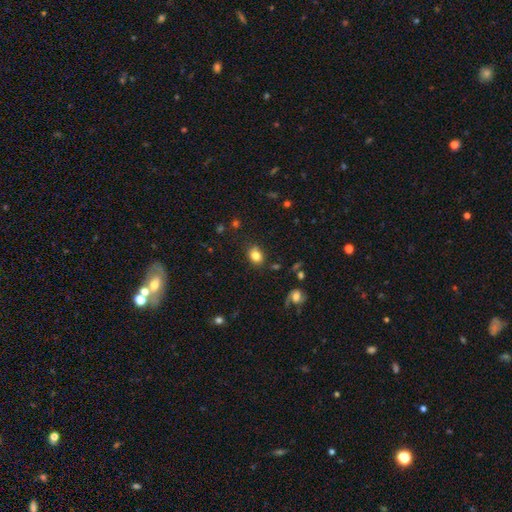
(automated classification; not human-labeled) Morphology: type=smooth (81%); roundness=in between (53%); merging=none (79%).